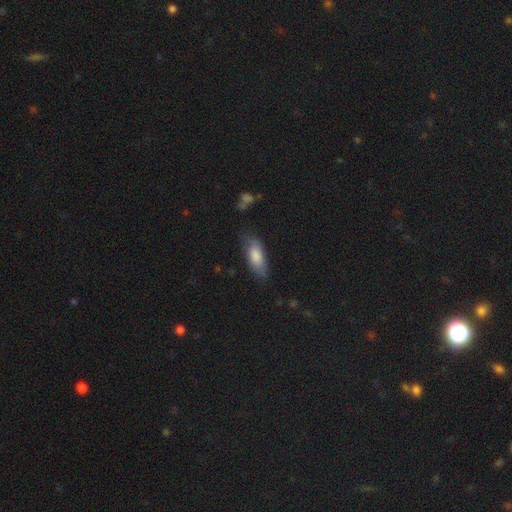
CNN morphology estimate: This is likely a smooth galaxy (79%). How rounded: likely in between (72%). Merging: likely none (70%).